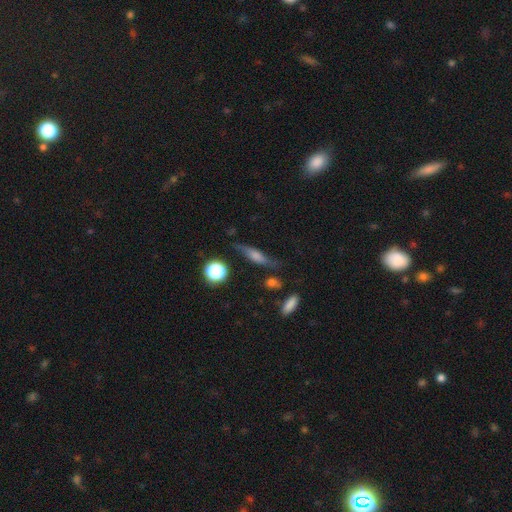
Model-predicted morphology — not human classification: This appears to be a featured or disk galaxy (49%). Merging: none (68%).